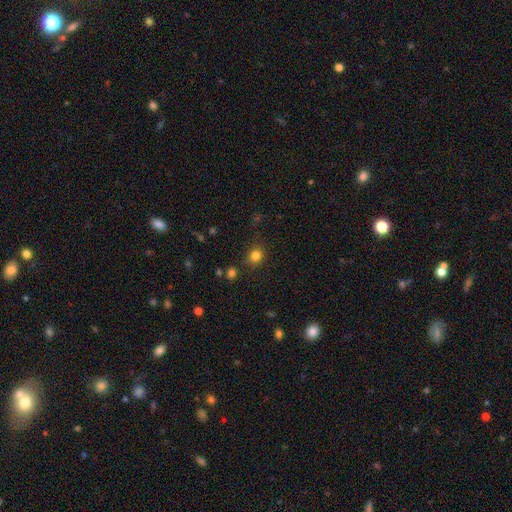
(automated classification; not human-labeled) smooth-or-featured: smooth: 81% | star or artifact: 14% | featured or disk: 5%
  how-rounded: round: 71% | in between: 28% | cigar-shaped: 1%
  merging: none: 82% | minor disturbance: 12% | major disturbance: 4% | merger: 3%